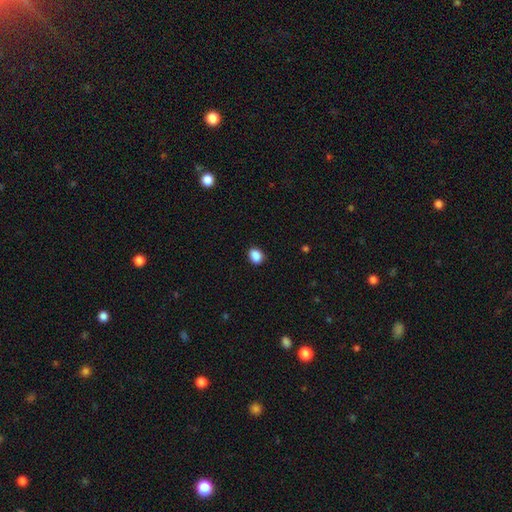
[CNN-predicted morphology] smooth_or_featured: smooth (p=0.88) [alt: star or artifact p=0.09]
how_rounded: in between (p=0.58) [alt: round p=0.41]
merging: none (p=0.86) [alt: minor disturbance p=0.10]